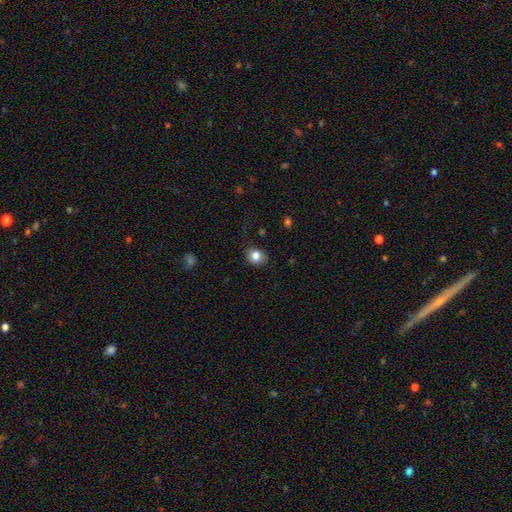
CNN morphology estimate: This is clearly a smooth galaxy (83%). How rounded: likely round (64%). Merging: likely none (75%).